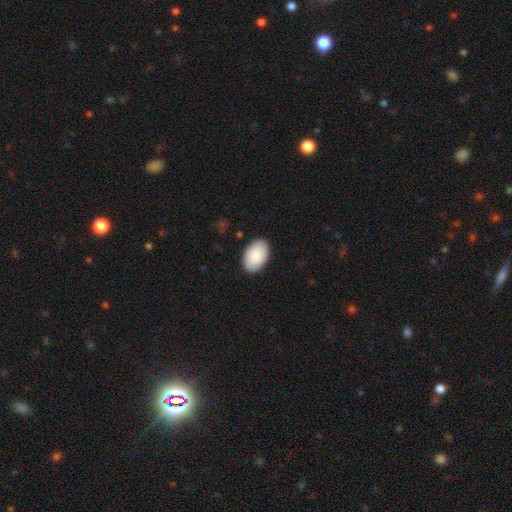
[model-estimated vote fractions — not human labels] smooth-or-featured: smooth: 87% | featured or disk: 8% | star or artifact: 5%
  how-rounded: in between: 93% | round: 6% | cigar-shaped: 1%
  merging: none: 88% | minor disturbance: 9% | major disturbance: 2% | merger: 1%